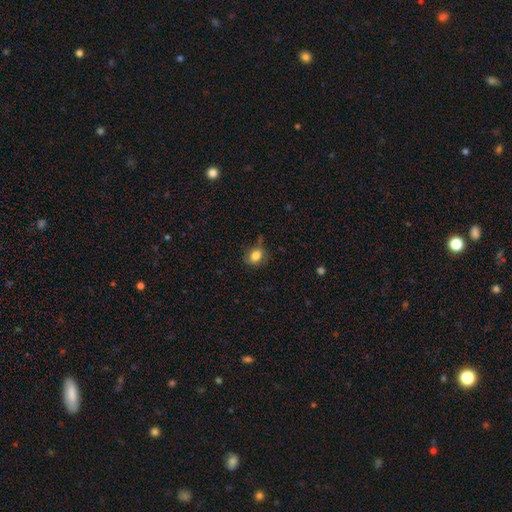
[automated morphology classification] Smooth or featured?
  - smooth: 82% *
  - star or artifact: 10%
  - featured or disk: 9%
How rounded?
  - in between: 60% *
  - round: 39%
  - cigar-shaped: 1%
Merging?
  - none: 61% *
  - minor disturbance: 27%
  - major disturbance: 9%
  - merger: 3%